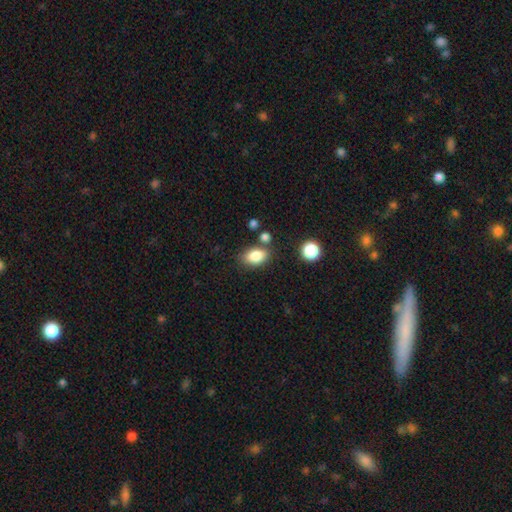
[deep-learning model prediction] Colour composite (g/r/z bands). It shows a smooth galaxy with no disk features (84%) that is in between round and cigar-shaped (85%). Merging: none (72%).